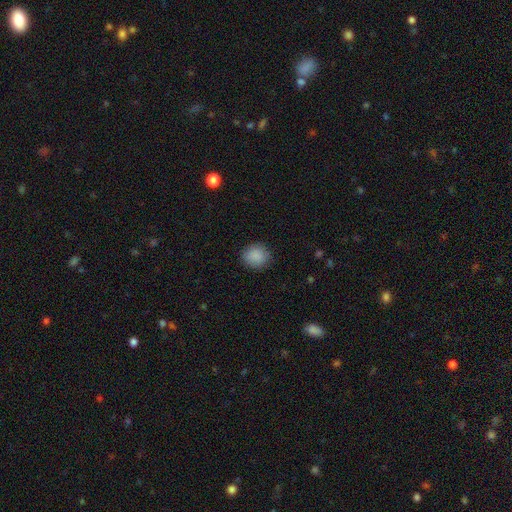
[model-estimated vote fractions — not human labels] Overall: smooth (88%). How rounded: round (80%). Merging: none (87%).